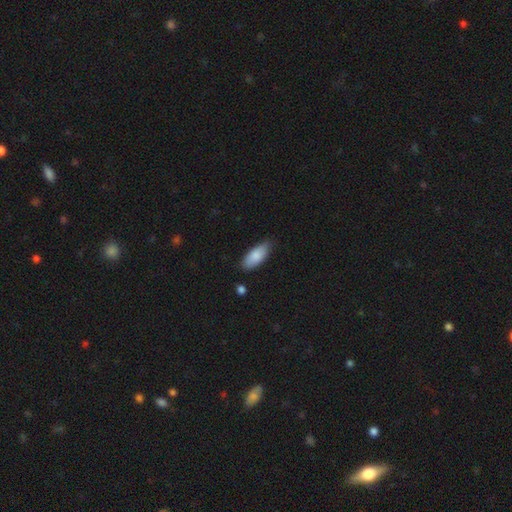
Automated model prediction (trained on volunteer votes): smooth_or_featured: smooth (p=0.85) [alt: featured or disk p=0.09]
how_rounded: in between (p=0.84) [alt: cigar-shaped p=0.15]
merging: none (p=0.76) [alt: minor disturbance p=0.20]